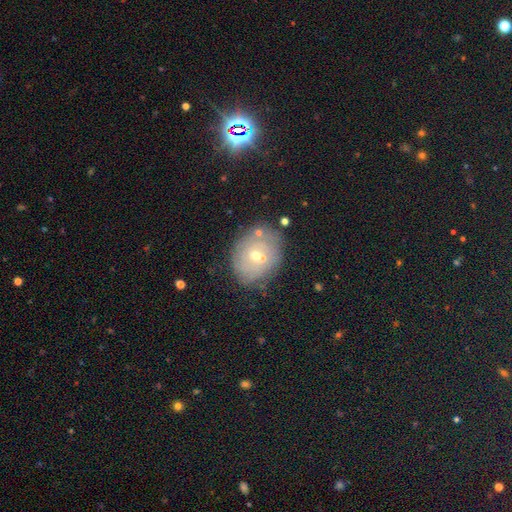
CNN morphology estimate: A featured or disk galaxy (49%).

Vote fractions:
- Smooth or featured? featured or disk: 49% / smooth: 35% / star or artifact: 16%
- Merging? none: 71% / minor disturbance: 15% / merger: 9% / major disturbance: 5%